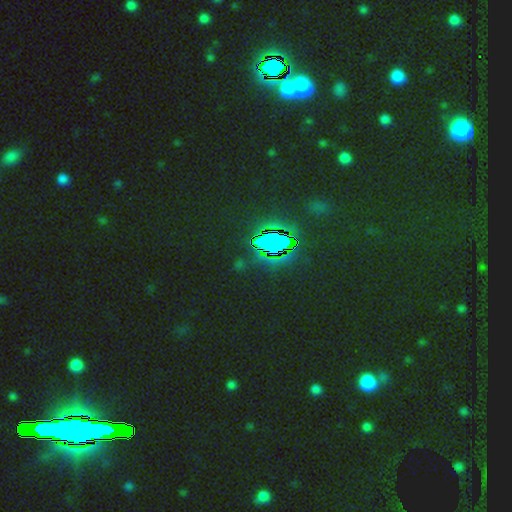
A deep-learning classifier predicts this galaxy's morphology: A star or artifact, not a galaxy (81%).

Vote fractions:
- Smooth or featured? star or artifact: 81% / smooth: 11% / featured or disk: 7%